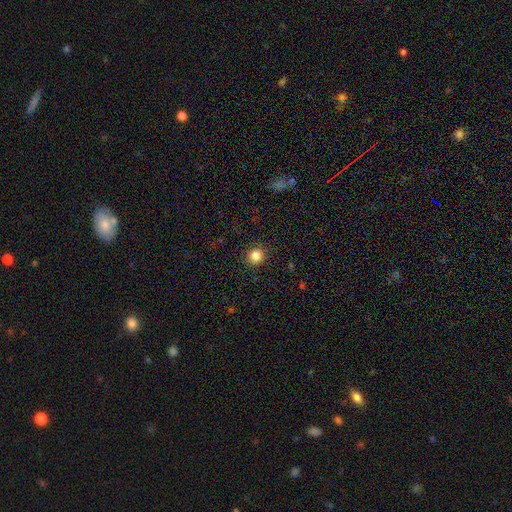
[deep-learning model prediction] Smooth or featured? smooth (85%)
How rounded? round (91%)
Merging? none (90%)